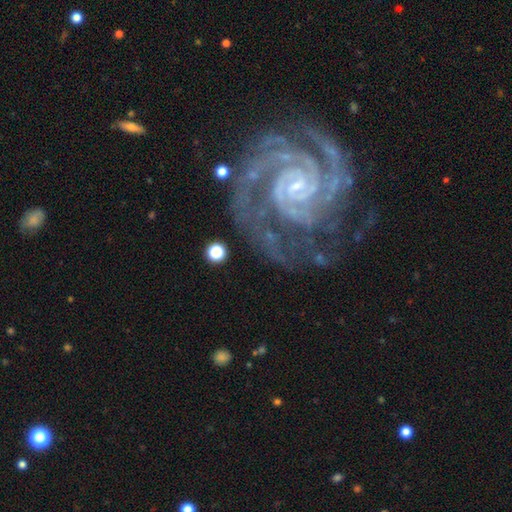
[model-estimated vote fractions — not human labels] Q: Smooth or featured?
A: featured or disk (93%); runner-up: star or artifact (5%)
Q: Edge-on disk?
A: no (98%); runner-up: yes (2%)
Q: Bar?
A: no (56%); runner-up: weak (28%)
Q: Spiral arms?
A: yes (99%); runner-up: no (1%)
Q: Spiral winding?
A: tight (78%); runner-up: medium (20%)
Q: Spiral arm count?
A: 2 (54%); runner-up: 3 (20%)
Q: Bulge size?
A: small (81%); runner-up: moderate (11%)
Q: Merging?
A: none (71%); runner-up: minor disturbance (18%)